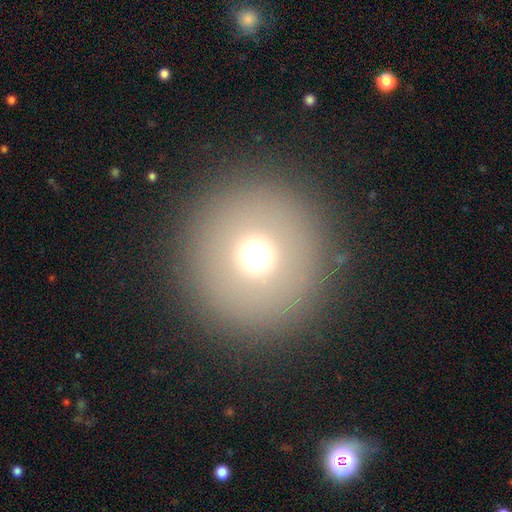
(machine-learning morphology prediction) The model was most divided on "smooth or featured": smooth: 65%, star or artifact: 20%, featured or disk: 16%. More confident: how rounded — round (95%); merging — none (88%).